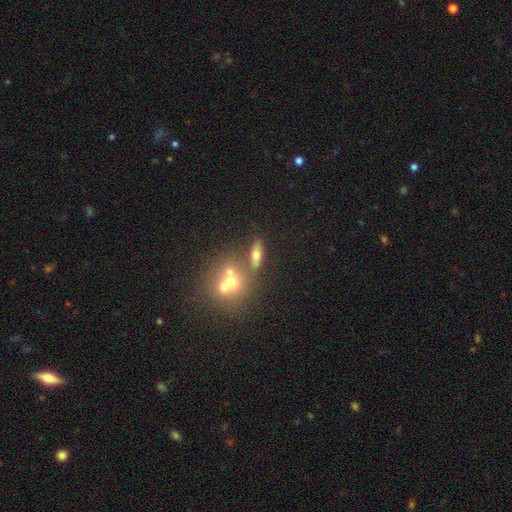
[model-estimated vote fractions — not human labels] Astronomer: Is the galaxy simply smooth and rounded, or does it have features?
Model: smooth — 43% (runner-up: featured or disk, 38%).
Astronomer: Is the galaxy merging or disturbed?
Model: none — 44% (runner-up: merger, 42%).